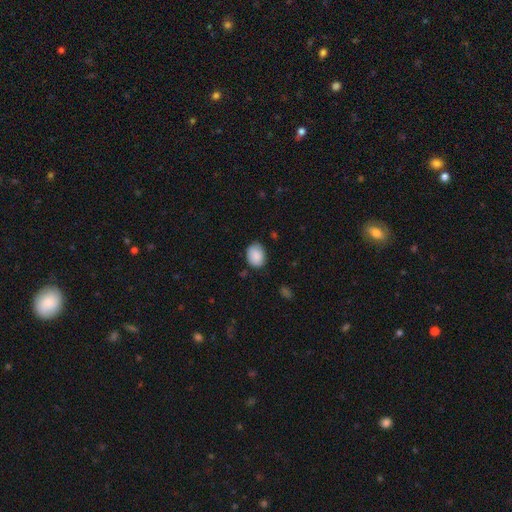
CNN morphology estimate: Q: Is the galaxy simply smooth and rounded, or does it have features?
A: smooth — 88%.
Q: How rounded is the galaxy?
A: in between — 68%.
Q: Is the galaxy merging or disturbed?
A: none — 74%.